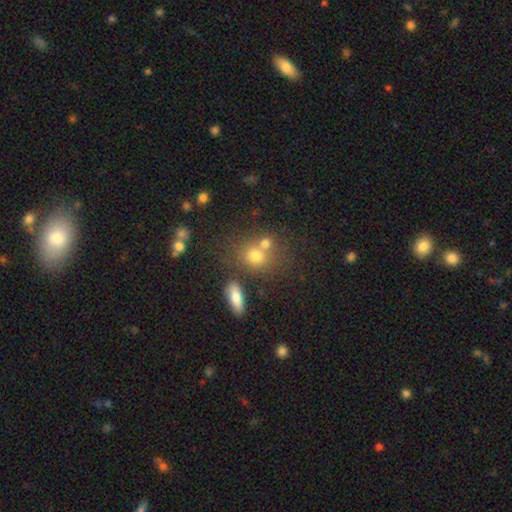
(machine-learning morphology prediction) Overall: smooth (70%). How rounded: round (69%). Merging: none (48%; merger 36%).